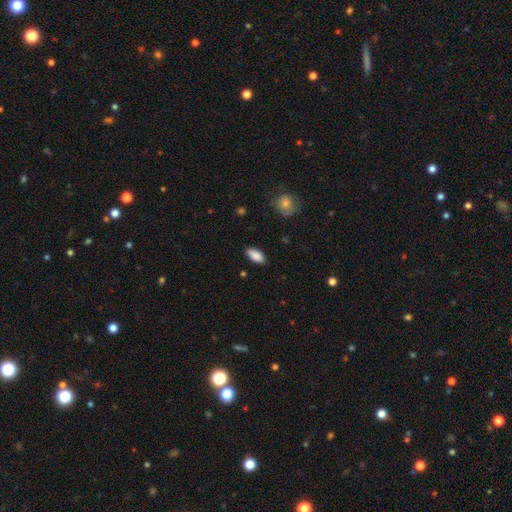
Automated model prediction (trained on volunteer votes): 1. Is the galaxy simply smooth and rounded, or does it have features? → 88% smooth, 7% star or artifact, 5% featured or disk.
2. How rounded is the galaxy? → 90% in between, 7% cigar-shaped, 2% round.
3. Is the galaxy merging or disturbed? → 86% none, 11% minor disturbance, 2% major disturbance, 1% merger.